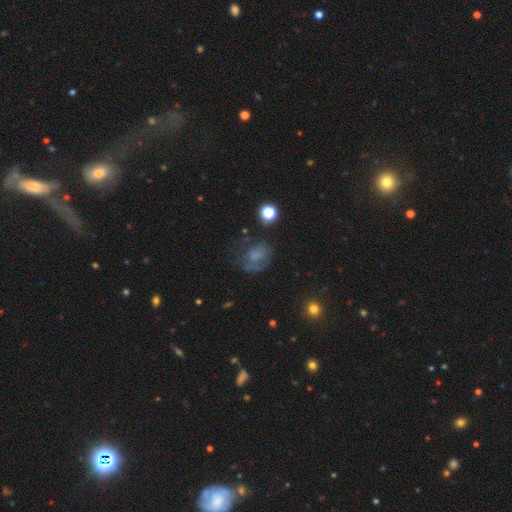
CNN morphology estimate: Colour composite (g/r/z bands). It shows a smooth galaxy with no disk features (44%). Merging: none (42%).